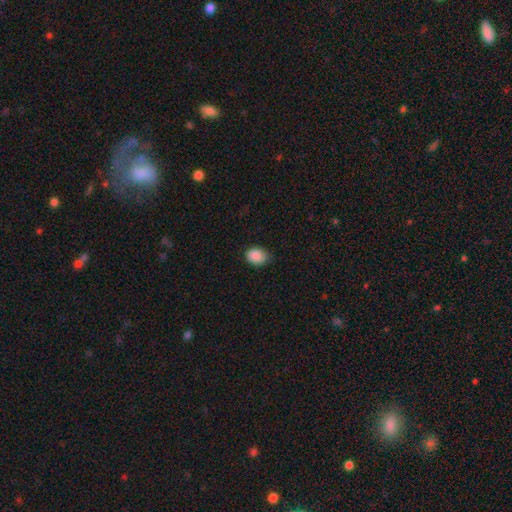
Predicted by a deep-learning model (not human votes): Q: Smooth or featured?
A: smooth (89%); runner-up: star or artifact (8%)
Q: How rounded?
A: in between (63%); runner-up: round (36%)
Q: Merging?
A: none (76%); runner-up: minor disturbance (20%)